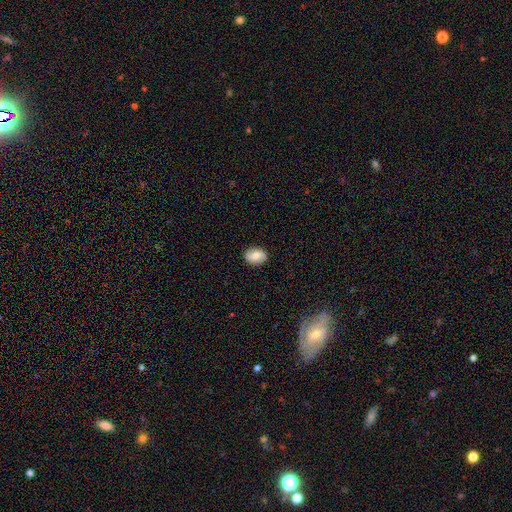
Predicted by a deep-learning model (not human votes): Morphology: type=smooth (74%); roundness=in between (76%); merging=none (85%).